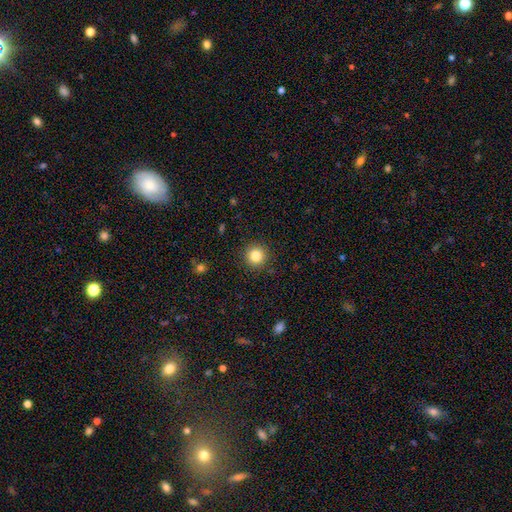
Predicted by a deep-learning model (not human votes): smooth-or-featured: smooth: 83% | star or artifact: 11% | featured or disk: 6%
  how-rounded: round: 94% | in between: 5% | cigar-shaped: 1%
  merging: none: 91% | minor disturbance: 6% | major disturbance: 2% | merger: 1%